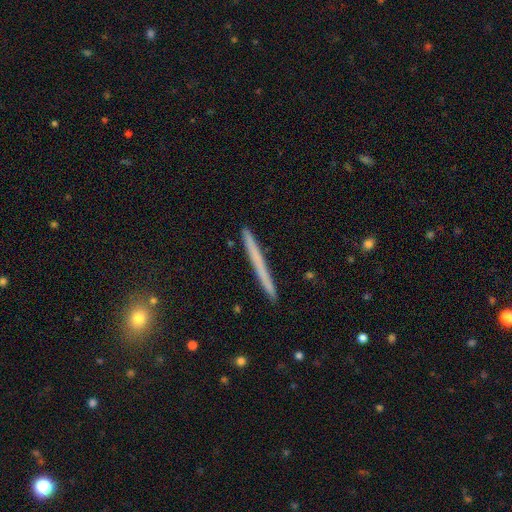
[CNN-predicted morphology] A smooth galaxy with no disk features (52%) that is cigar-shaped (97%). Merging: none (91%).